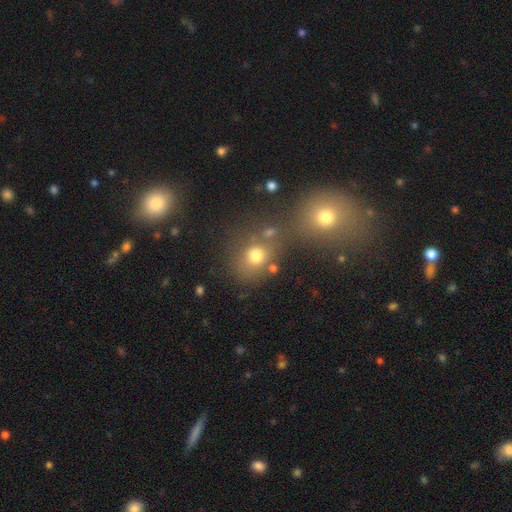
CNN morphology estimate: smooth_or_featured: smooth (p=0.73) [alt: star or artifact p=0.17]
how_rounded: round (p=0.71) [alt: in between p=0.27]
merging: none (p=0.53) [alt: merger p=0.28]